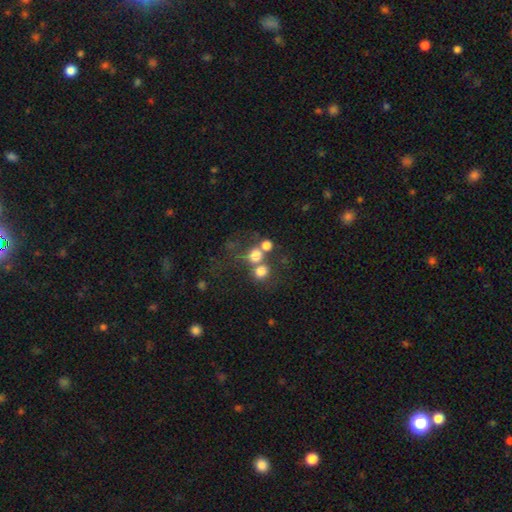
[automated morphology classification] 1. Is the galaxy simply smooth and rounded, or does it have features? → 70% smooth, 17% star or artifact, 14% featured or disk.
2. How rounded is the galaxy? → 82% round, 17% in between, 1% cigar-shaped.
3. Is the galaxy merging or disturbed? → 45% none, 41% merger, 8% minor disturbance, 6% major disturbance.